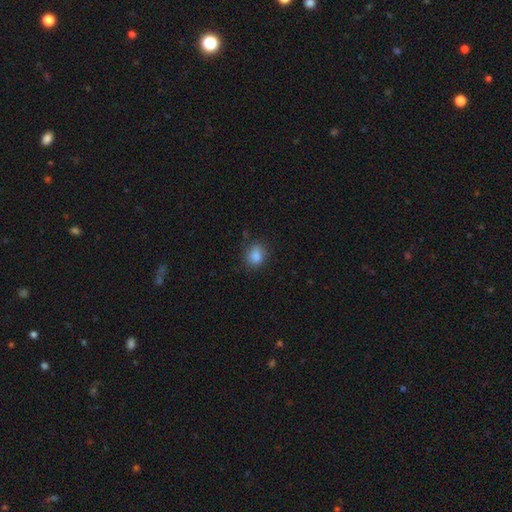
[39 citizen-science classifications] Q: Smooth or featured?
A: smooth (87%); runner-up: featured or disk (10%)
Q: How rounded?
A: in between (56%); runner-up: round (44%)
Q: Merging?
A: none (87%); runner-up: major disturbance (8%)